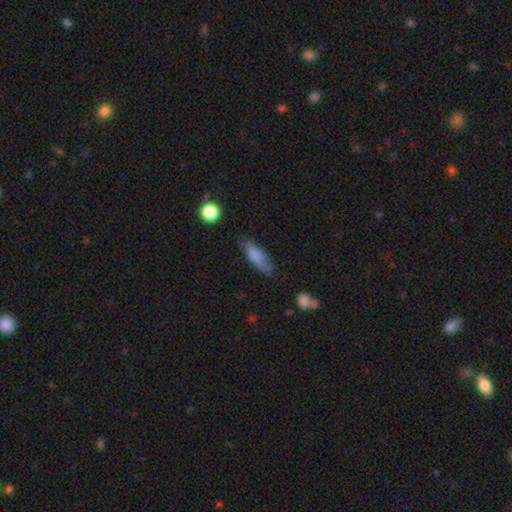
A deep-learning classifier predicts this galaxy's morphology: Smooth or featured?
  - smooth: 79% *
  - featured or disk: 14%
  - star or artifact: 7%
How rounded?
  - in between: 52% *
  - cigar-shaped: 46%
  - round: 2%
Merging?
  - none: 71% *
  - minor disturbance: 22%
  - major disturbance: 5%
  - merger: 2%